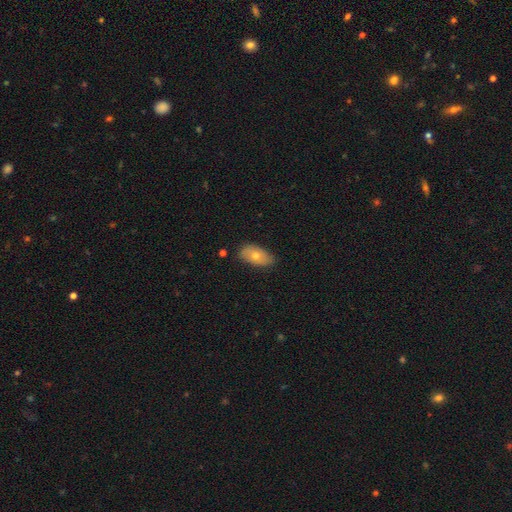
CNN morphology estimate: smooth 64%, featured or disk 27%, star or artifact 9%. Down the decision tree: how rounded — in between (91%); merging — none (80%).